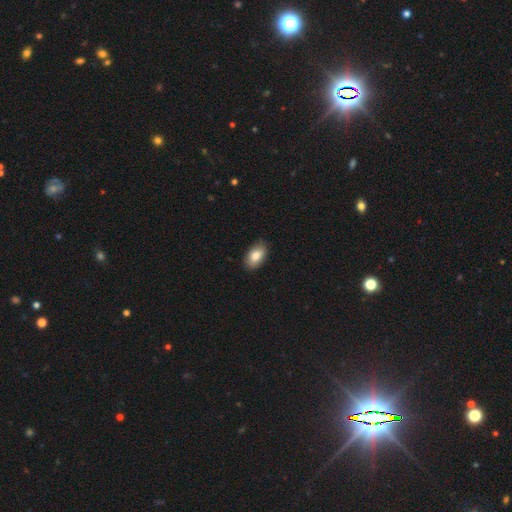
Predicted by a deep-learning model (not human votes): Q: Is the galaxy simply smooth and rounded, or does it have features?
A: smooth — 84%.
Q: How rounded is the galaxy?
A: in between — 93%.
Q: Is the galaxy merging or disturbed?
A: none — 87%.